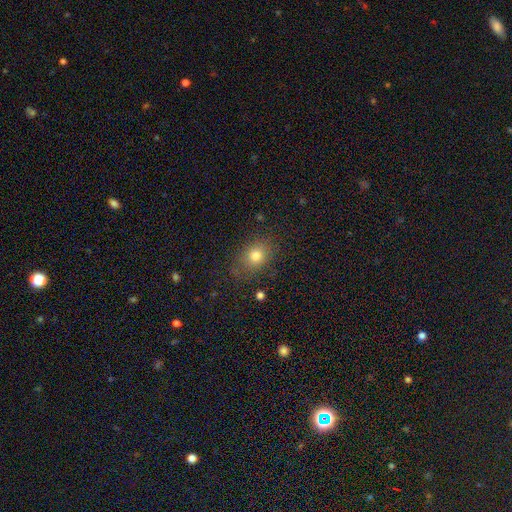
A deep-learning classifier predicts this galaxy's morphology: This appears to be a smooth galaxy with no disk features (78%) that is in between round and cigar-shaped (58%). Merging: none (77%).